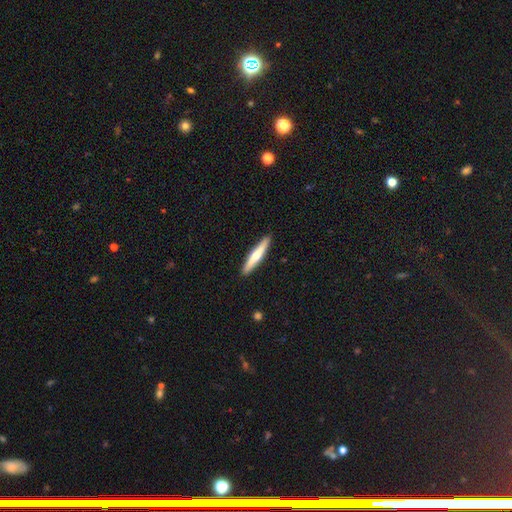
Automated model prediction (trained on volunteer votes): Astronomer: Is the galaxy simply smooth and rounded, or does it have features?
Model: featured or disk — 49% (runner-up: smooth, 46%).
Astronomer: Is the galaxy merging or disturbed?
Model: none — 91%.